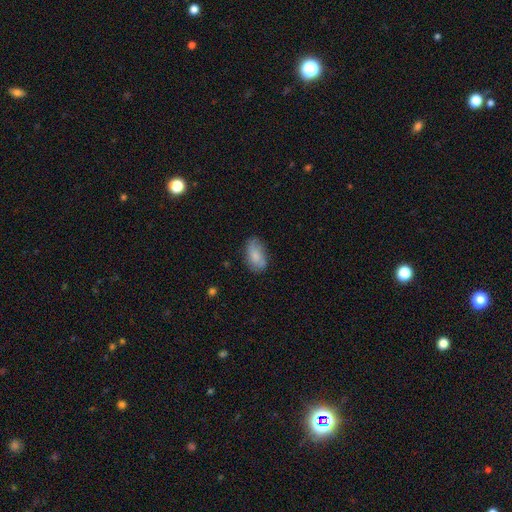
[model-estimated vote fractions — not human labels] Smooth or featured? Predicted: smooth (p=0.73). How rounded? Predicted: in between (p=0.92). Merging? Predicted: none (p=0.63).